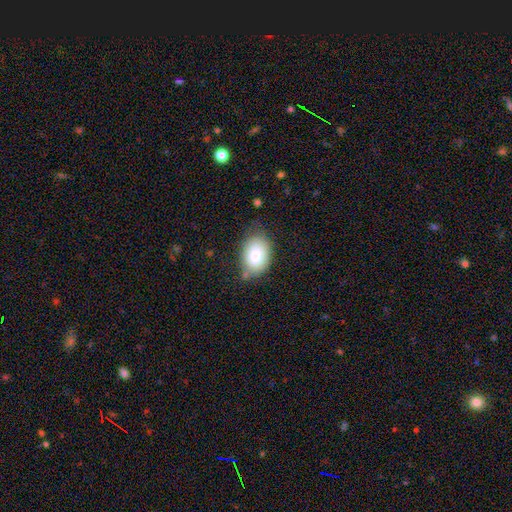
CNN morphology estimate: smooth_or_featured: smooth (p=0.81) [alt: featured or disk p=0.12]
how_rounded: in between (p=0.87) [alt: round p=0.12]
merging: none (p=0.64) [alt: minor disturbance p=0.26]